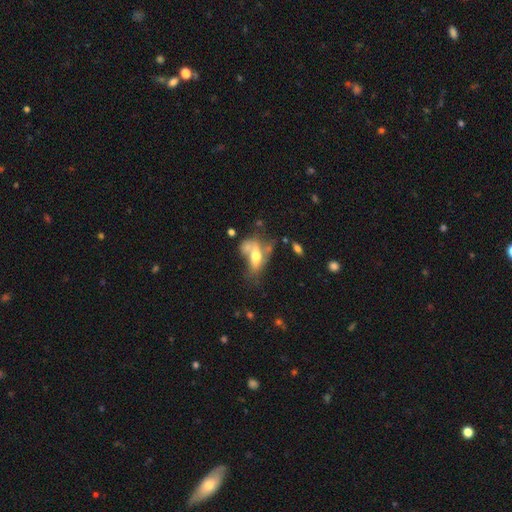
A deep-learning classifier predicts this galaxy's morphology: Smooth or featured? smooth (50%)
How rounded? in between (78%)
Merging? merger (31%)